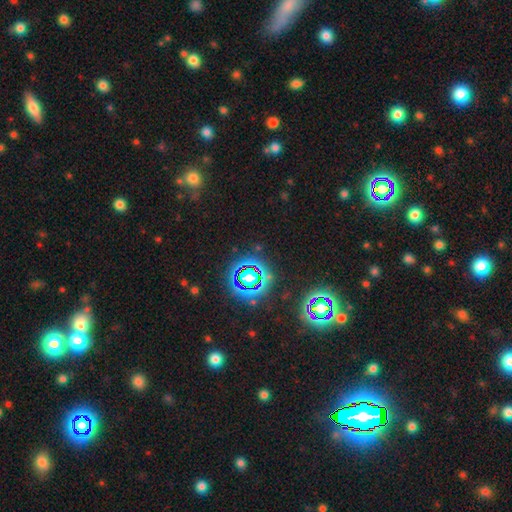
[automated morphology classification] Smooth or featured? star or artifact (78%)